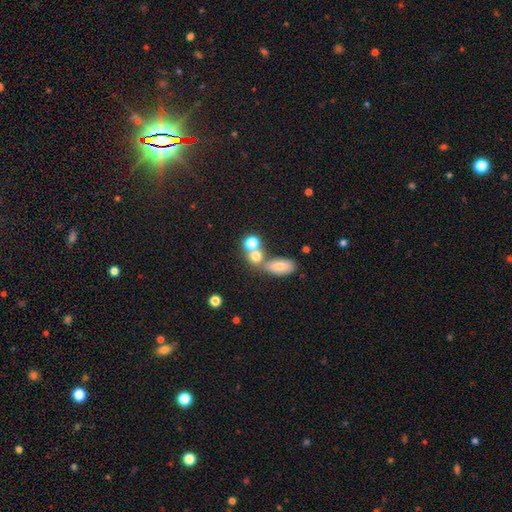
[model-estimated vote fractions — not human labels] Overall: smooth (72%). How rounded: round (65%; in between 32%). Merging: merger (44%; none 43%).